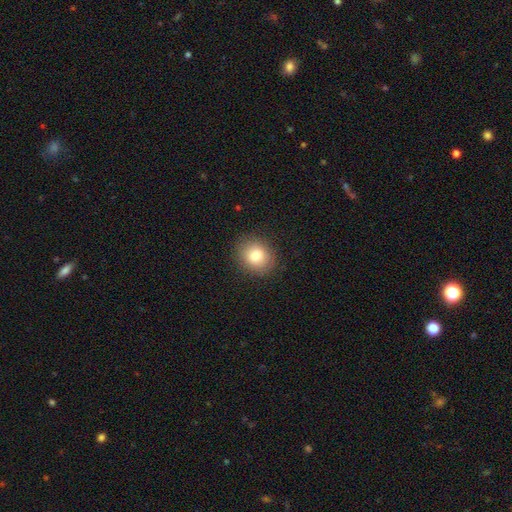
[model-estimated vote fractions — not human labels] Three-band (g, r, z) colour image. It shows a smooth galaxy with no disk features (80%) that is round (70%). Merging: none (88%).